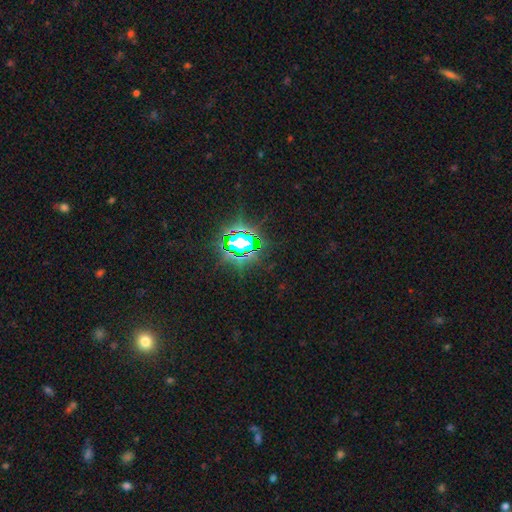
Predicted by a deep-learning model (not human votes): Overall: star or artifact (81%).